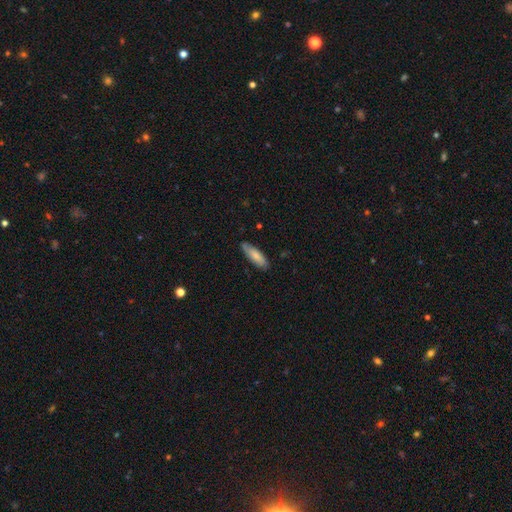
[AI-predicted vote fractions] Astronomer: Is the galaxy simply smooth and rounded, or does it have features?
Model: smooth — 76%.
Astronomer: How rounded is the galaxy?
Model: in between — 53% (runner-up: cigar-shaped, 46%).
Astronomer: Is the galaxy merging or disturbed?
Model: none — 81%.